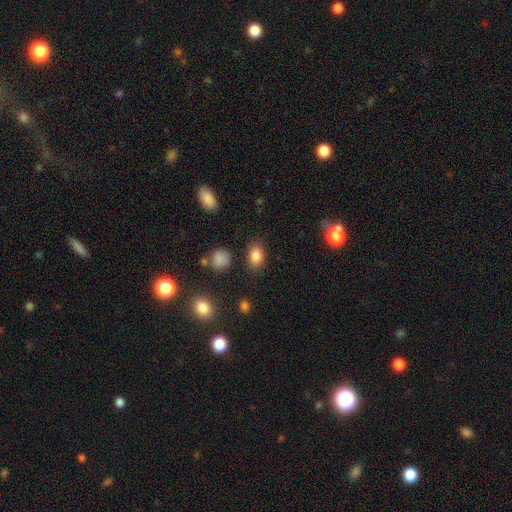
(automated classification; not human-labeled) Smooth or featured: smooth — 84% (star or artifact — 10%)
How rounded: in between — 81% (round — 17%)
Merging: none — 83% (minor disturbance — 11%)